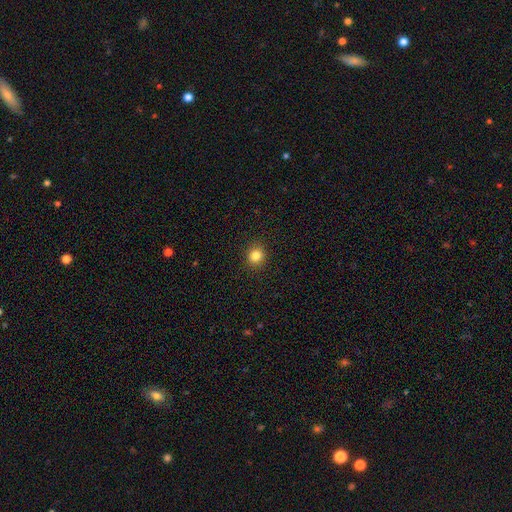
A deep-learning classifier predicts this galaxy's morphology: A smooth galaxy with no disk features (83%) that is round (83%). Merging: none (91%).